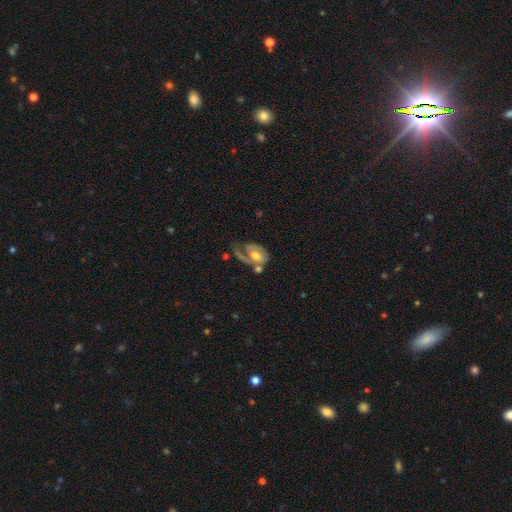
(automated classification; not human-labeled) smooth_or_featured: featured or disk (p=0.72) [alt: smooth p=0.22]
disk_edge_on: no (p=0.96) [alt: yes p=0.04]
bar: no (p=0.50) [alt: weak p=0.38]
has_spiral_arms: yes (p=0.80) [alt: no p=0.20]
spiral_winding: medium (p=0.39) [alt: tight p=0.38]
spiral_arm_count: 1 (p=0.55) [alt: 2 p=0.32]
bulge_size: moderate (p=0.64) [alt: small p=0.18]
merging: none (p=0.30) [alt: major disturbance p=0.29]